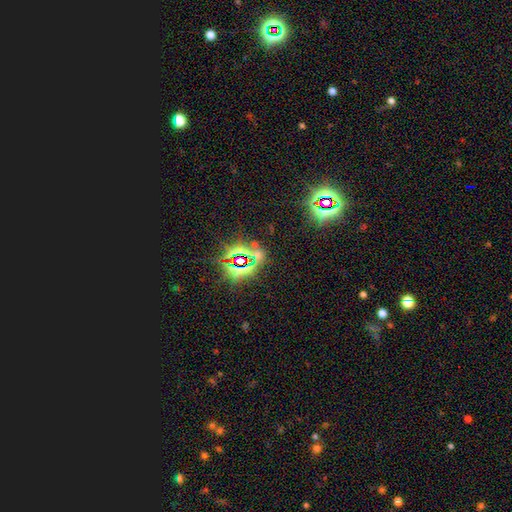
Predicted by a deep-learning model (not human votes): star or artifact 79%, smooth 12%, featured or disk 8%.